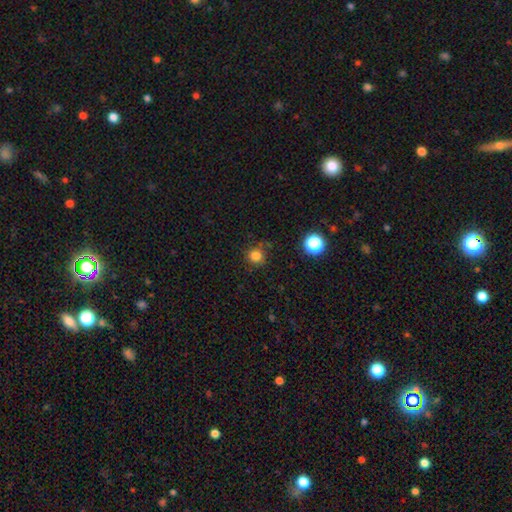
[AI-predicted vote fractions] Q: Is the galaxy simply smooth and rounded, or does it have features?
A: smooth — 81%.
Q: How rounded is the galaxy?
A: round — 93%.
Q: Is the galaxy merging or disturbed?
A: none — 83%.